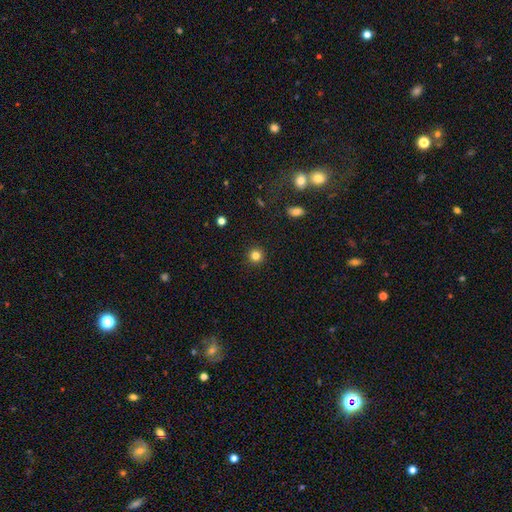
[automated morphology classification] Smooth or featured: smooth — 82% (star or artifact — 13%)
How rounded: round — 95% (in between — 4%)
Merging: none — 93% (minor disturbance — 5%)